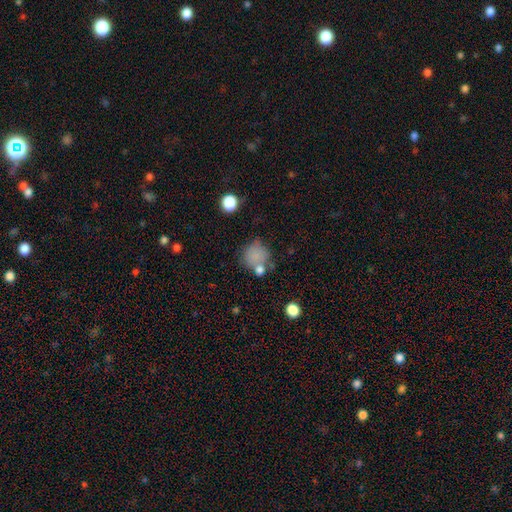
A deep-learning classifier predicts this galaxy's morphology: This is likely a smooth galaxy (79%). How rounded: clearly round (81%). Merging: possibly none (55%).